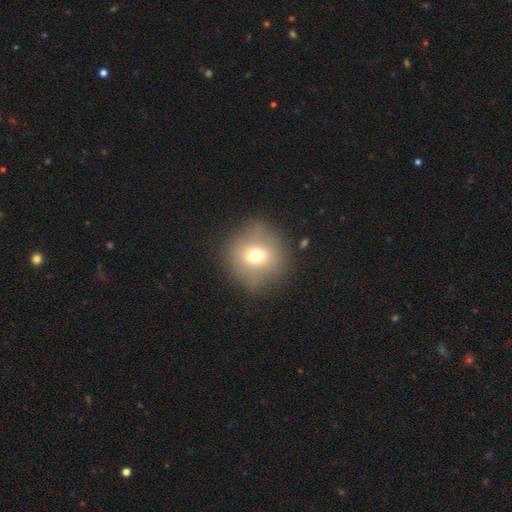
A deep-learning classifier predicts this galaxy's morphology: Smooth or featured: smooth — 68% (featured or disk — 19%)
How rounded: round — 89% (in between — 10%)
Merging: none — 79% (minor disturbance — 13%)